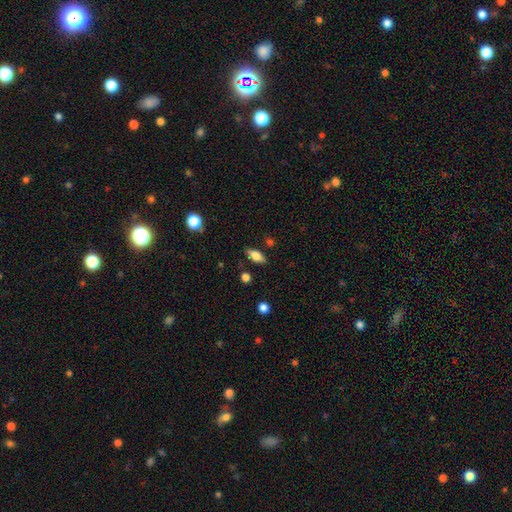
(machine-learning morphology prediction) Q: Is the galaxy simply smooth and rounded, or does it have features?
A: smooth — 67%.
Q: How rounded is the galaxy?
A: in between — 80%.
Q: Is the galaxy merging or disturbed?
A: none — 84%.